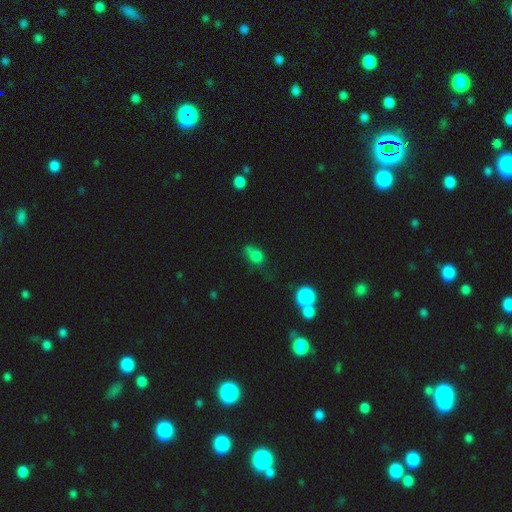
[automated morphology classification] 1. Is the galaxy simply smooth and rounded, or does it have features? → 75% smooth, 15% star or artifact, 10% featured or disk.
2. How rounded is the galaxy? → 55% round, 43% in between, 2% cigar-shaped.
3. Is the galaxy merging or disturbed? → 43% none, 23% minor disturbance, 22% merger, 12% major disturbance.